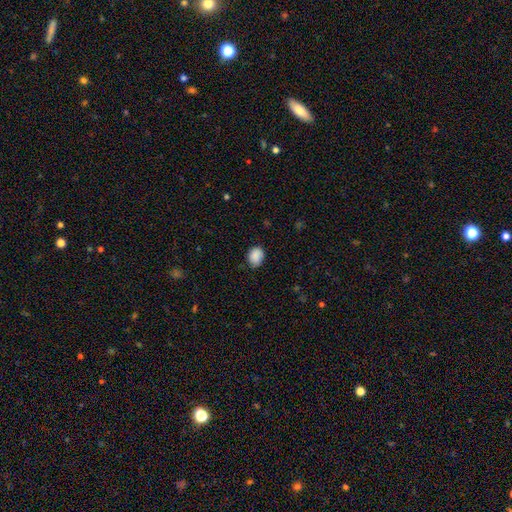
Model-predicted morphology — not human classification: Q: Smooth or featured?
A: smooth (88%); runner-up: star or artifact (8%)
Q: How rounded?
A: in between (56%); runner-up: round (43%)
Q: Merging?
A: none (72%); runner-up: minor disturbance (23%)